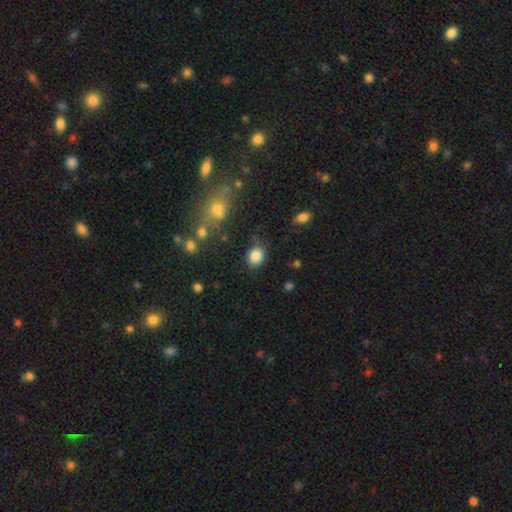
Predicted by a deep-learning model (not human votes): This is clearly a smooth galaxy (84%). How rounded: possibly round (57%). Merging: likely none (71%).